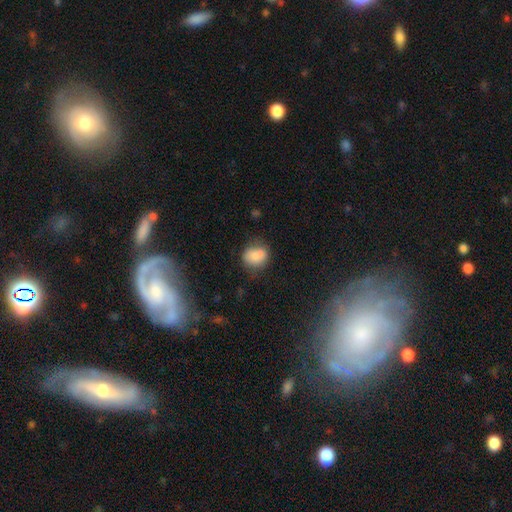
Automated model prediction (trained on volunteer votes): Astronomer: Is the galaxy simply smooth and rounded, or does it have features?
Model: smooth — 80%.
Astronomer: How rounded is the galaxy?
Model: round — 57% (runner-up: in between, 42%).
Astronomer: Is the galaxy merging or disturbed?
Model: none — 59%.